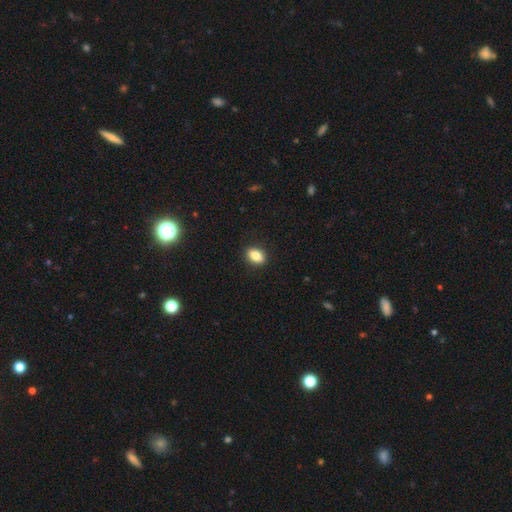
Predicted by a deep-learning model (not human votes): This is clearly a smooth galaxy (81%). How rounded: likely in between (80%). Merging: clearly none (89%).